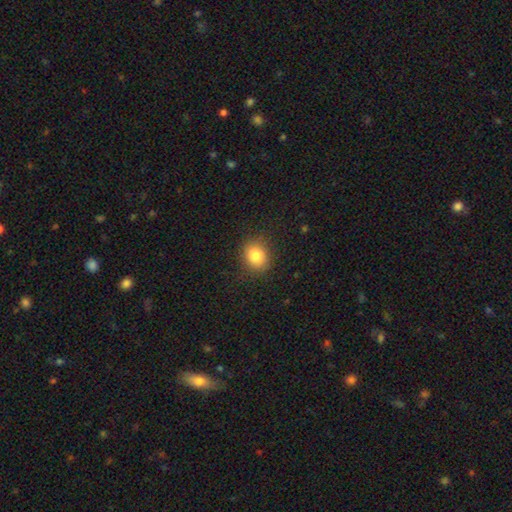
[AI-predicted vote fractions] Q: Smooth or featured?
A: smooth (83%); runner-up: star or artifact (10%)
Q: How rounded?
A: round (61%); runner-up: in between (38%)
Q: Merging?
A: none (86%); runner-up: minor disturbance (10%)